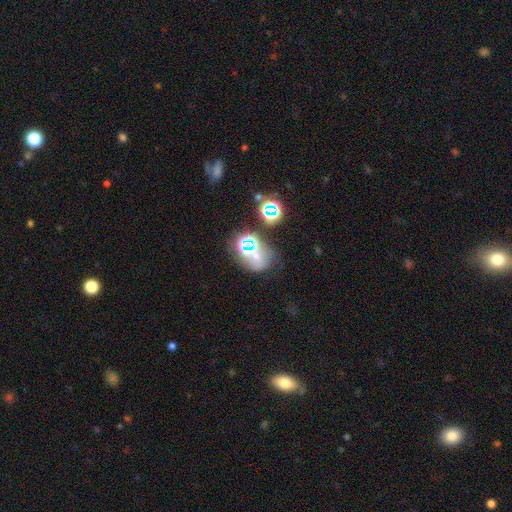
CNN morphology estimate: smooth-or-featured: star or artifact: 43% | smooth: 31% | featured or disk: 25%